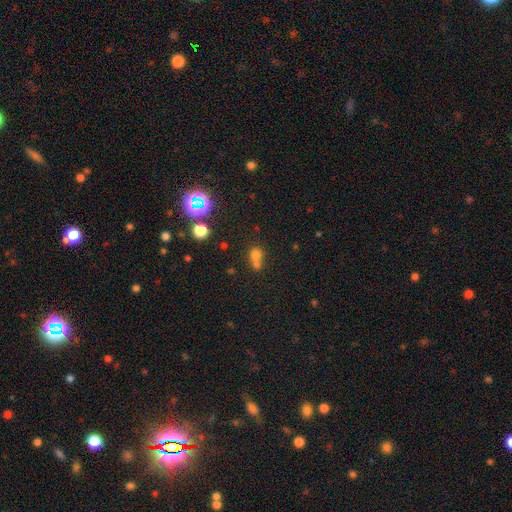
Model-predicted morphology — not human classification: Smooth or featured? Predicted: smooth (p=0.68). How rounded? Predicted: round (p=0.77). Merging? Predicted: merger (p=0.51).